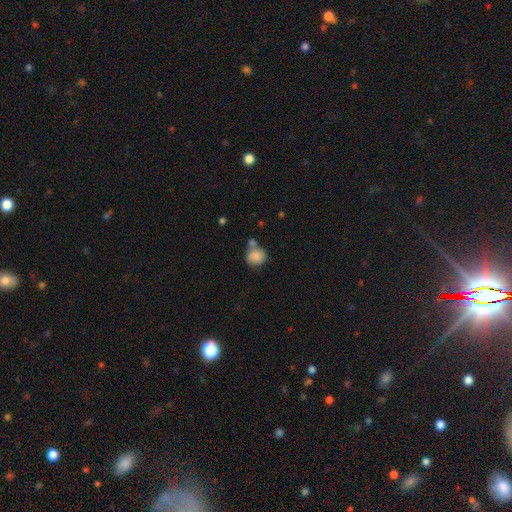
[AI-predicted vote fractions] The model was most divided on "merging": none: 47%, merger: 29%, minor disturbance: 18%, major disturbance: 7%. More confident: smooth or featured — smooth (84%); how rounded — round (79%).